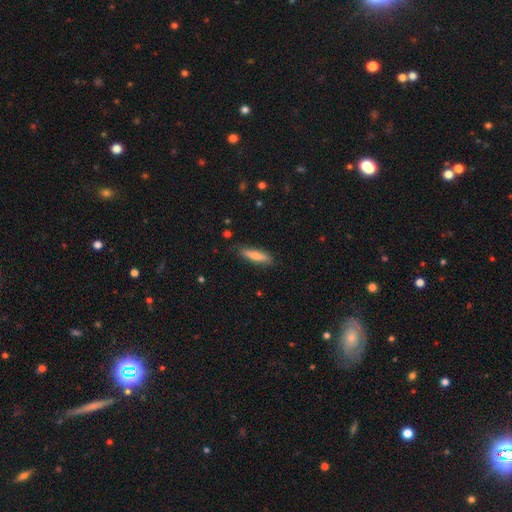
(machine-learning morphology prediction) Smooth or featured? smooth (68%)
How rounded? cigar-shaped (72%)
Merging? none (83%)